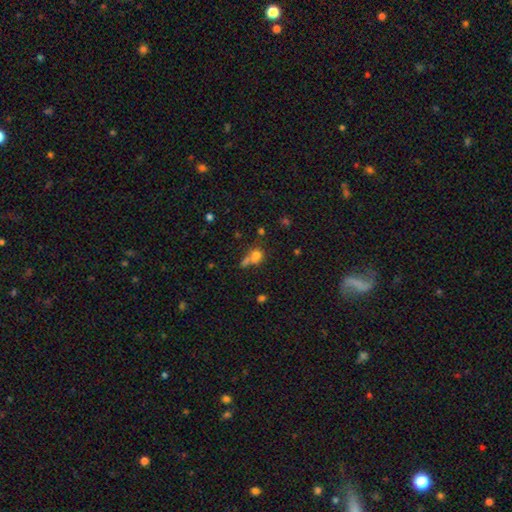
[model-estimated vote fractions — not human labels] Q: Smooth or featured?
A: smooth (69%); runner-up: star or artifact (17%)
Q: How rounded?
A: round (72%); runner-up: in between (25%)
Q: Merging?
A: merger (44%); runner-up: none (36%)